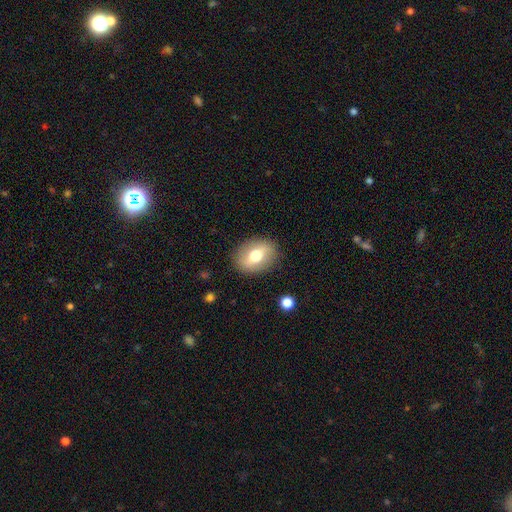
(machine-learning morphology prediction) The model was most divided on "smooth or featured": smooth: 60%, featured or disk: 33%, star or artifact: 8%. More confident: merging — none (86%); how rounded — in between (67%).